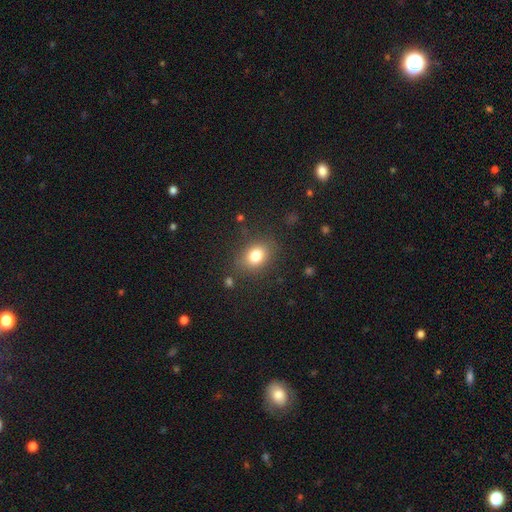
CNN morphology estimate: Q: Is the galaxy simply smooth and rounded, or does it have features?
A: smooth — 79%.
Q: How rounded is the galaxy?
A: in between — 57%.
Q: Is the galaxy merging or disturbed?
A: none — 82%.